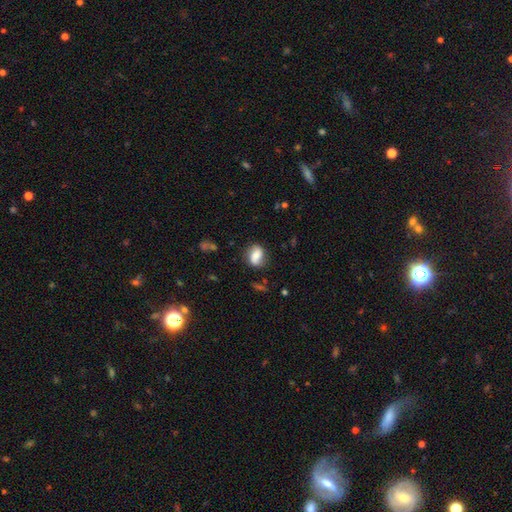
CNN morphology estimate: Q: Smooth or featured?
A: smooth (62%); runner-up: featured or disk (29%)
Q: How rounded?
A: in between (64%); runner-up: round (34%)
Q: Merging?
A: none (71%); runner-up: minor disturbance (19%)